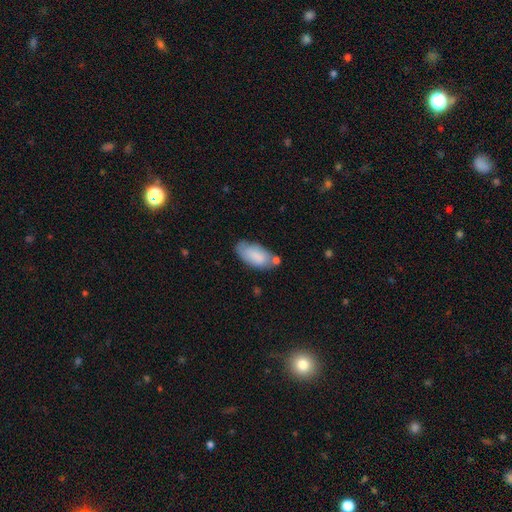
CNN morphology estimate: Overall: smooth (83%). How rounded: in between (93%). Merging: none (57%; minor disturbance 25%).